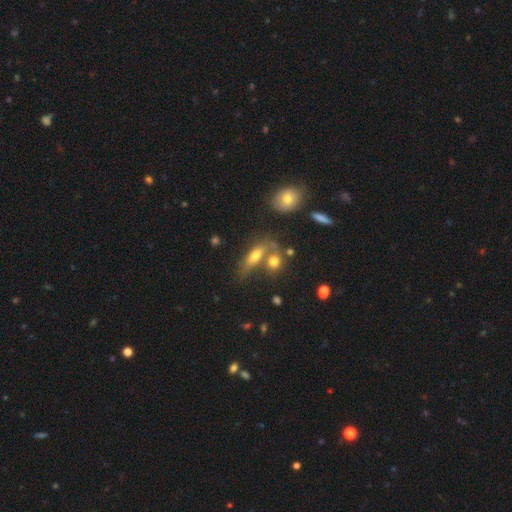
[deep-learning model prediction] Smooth or featured? smooth (54%)
How rounded? in between (55%)
Merging? none (47%)